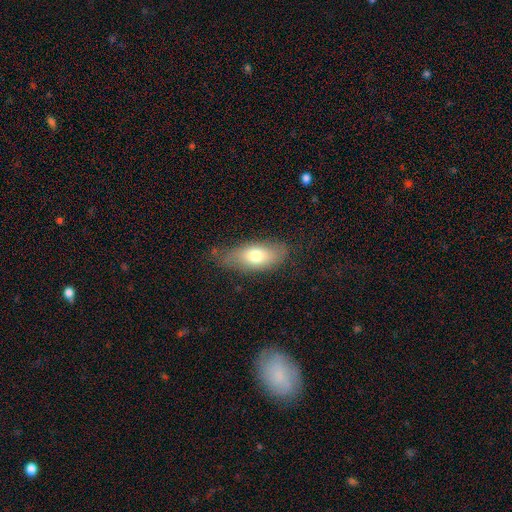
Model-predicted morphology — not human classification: type=smooth (72%); roundness=in between (84%); merging=none (70%).